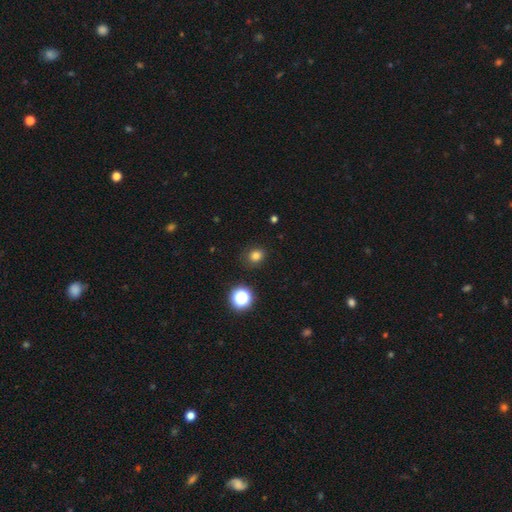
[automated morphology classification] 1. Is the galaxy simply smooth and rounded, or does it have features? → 79% smooth, 16% star or artifact, 5% featured or disk.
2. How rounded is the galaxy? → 72% round, 27% in between, 1% cigar-shaped.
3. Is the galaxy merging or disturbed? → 83% none, 12% minor disturbance, 4% major disturbance, 2% merger.